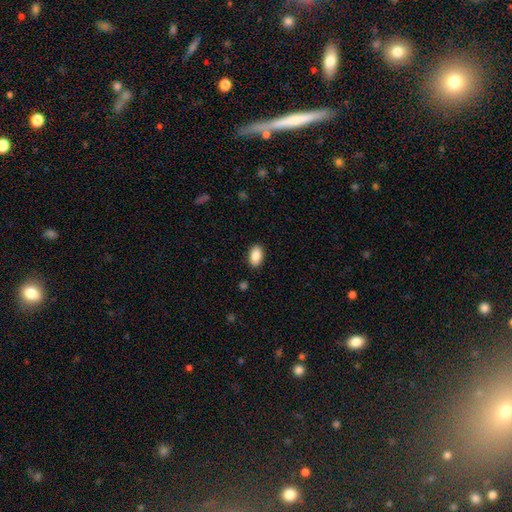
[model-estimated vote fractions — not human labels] Smooth or featured? smooth (88%)
How rounded? in between (93%)
Merging? none (88%)